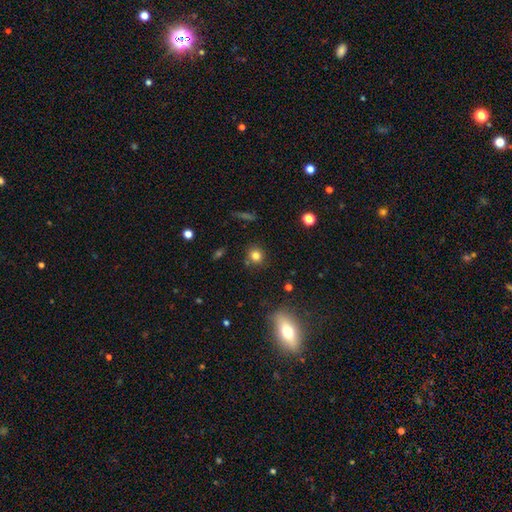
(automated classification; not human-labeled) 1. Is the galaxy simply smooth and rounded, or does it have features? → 79% smooth, 14% star or artifact, 7% featured or disk.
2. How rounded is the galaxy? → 88% round, 10% in between, 1% cigar-shaped.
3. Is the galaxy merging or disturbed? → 84% none, 9% minor disturbance, 4% merger, 3% major disturbance.